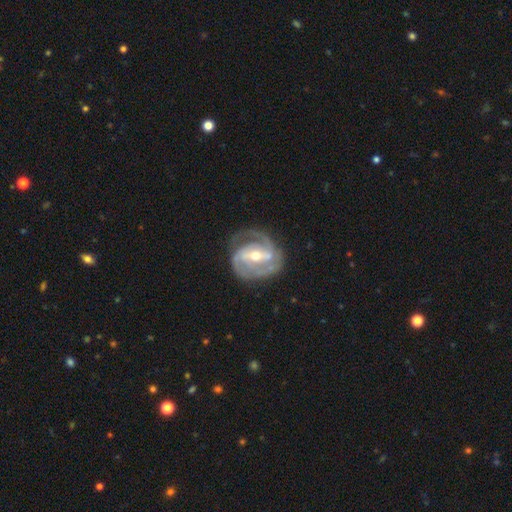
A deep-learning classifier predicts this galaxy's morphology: Q: Smooth or featured?
A: featured or disk (89%); runner-up: smooth (7%)
Q: Edge-on disk?
A: no (97%); runner-up: yes (3%)
Q: Bar?
A: strong (41%); runner-up: weak (40%)
Q: Spiral arms?
A: yes (95%); runner-up: no (5%)
Q: Spiral winding?
A: tight (47%); runner-up: medium (42%)
Q: Spiral arm count?
A: 2 (64%); runner-up: 3 (15%)
Q: Bulge size?
A: moderate (57%); runner-up: small (39%)
Q: Merging?
A: none (65%); runner-up: minor disturbance (20%)